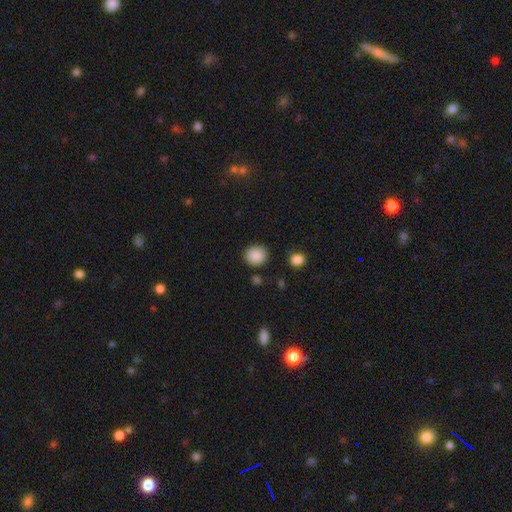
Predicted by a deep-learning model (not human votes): A smooth galaxy with no disk features (88%) that is round (84%). Merging: none (86%).